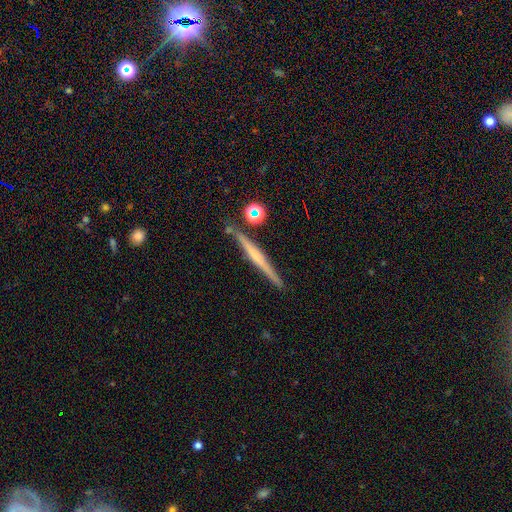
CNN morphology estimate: This appears to be a featured or disk galaxy (65%) viewed edge-on (97%) with no central bulge (44%). Merging: none (85%).